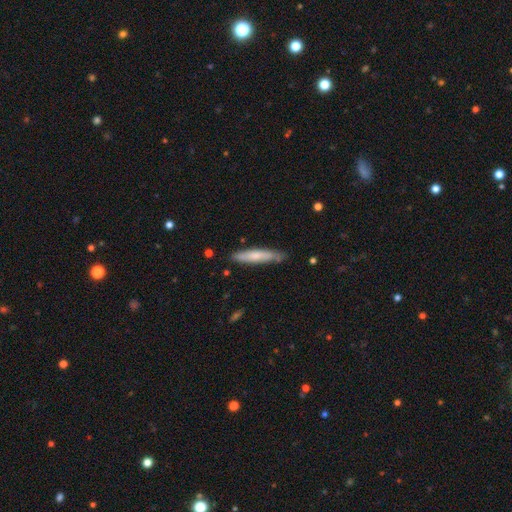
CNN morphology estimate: type=smooth (66%); roundness=cigar-shaped (90%); merging=none (80%).